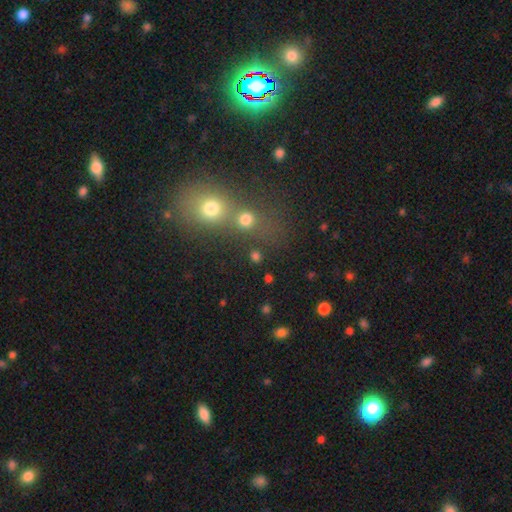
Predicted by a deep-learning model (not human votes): smooth_or_featured: smooth (p=0.70) [alt: star or artifact p=0.22]
how_rounded: round (p=0.77) [alt: in between p=0.20]
merging: none (p=0.51) [alt: merger p=0.37]